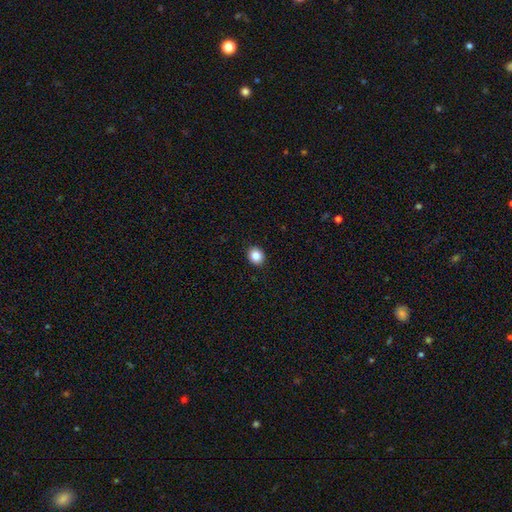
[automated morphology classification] This is clearly a smooth galaxy (86%). How rounded: likely round (73%). Merging: clearly none (92%).